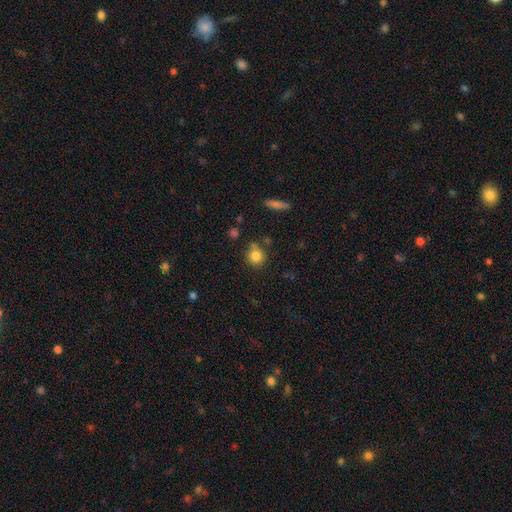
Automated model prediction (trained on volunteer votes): Q: Smooth or featured?
A: smooth (82%); runner-up: star or artifact (11%)
Q: How rounded?
A: round (87%); runner-up: in between (12%)
Q: Merging?
A: none (73%); runner-up: minor disturbance (14%)